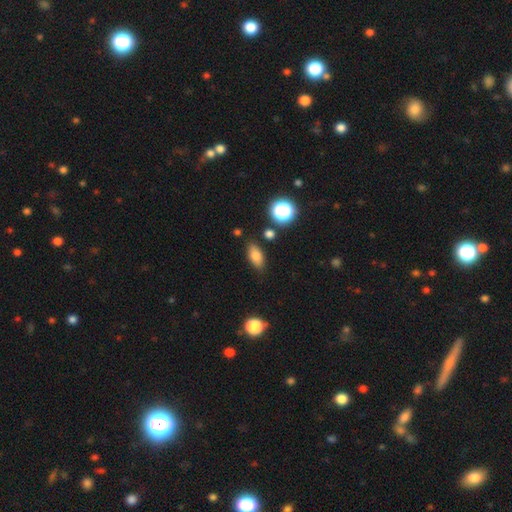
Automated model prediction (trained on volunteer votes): Morphology: type=smooth (78%); roundness=in between (83%); merging=none (83%).